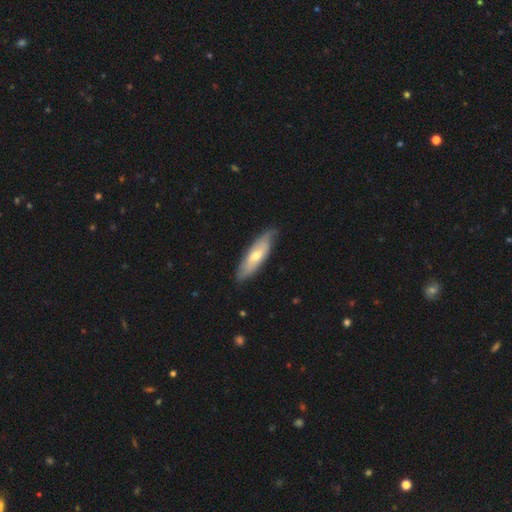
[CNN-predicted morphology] Smooth or featured?
  - featured or disk: 48% *
  - smooth: 47%
  - star or artifact: 6%
Merging?
  - none: 79% *
  - minor disturbance: 17%
  - major disturbance: 3%
  - merger: 1%